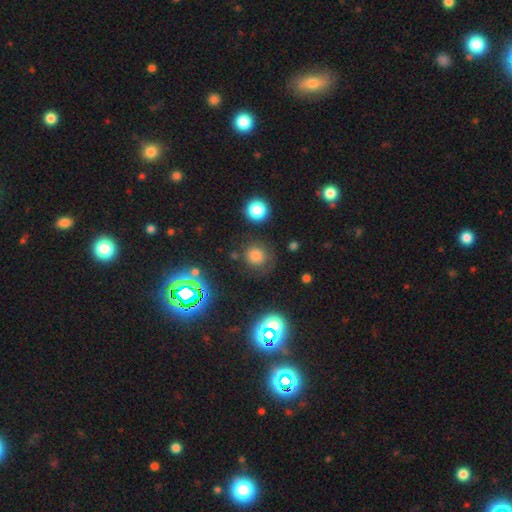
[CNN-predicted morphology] Q: Smooth or featured?
A: smooth (69%); runner-up: star or artifact (22%)
Q: How rounded?
A: round (89%); runner-up: in between (10%)
Q: Merging?
A: none (75%); runner-up: minor disturbance (14%)